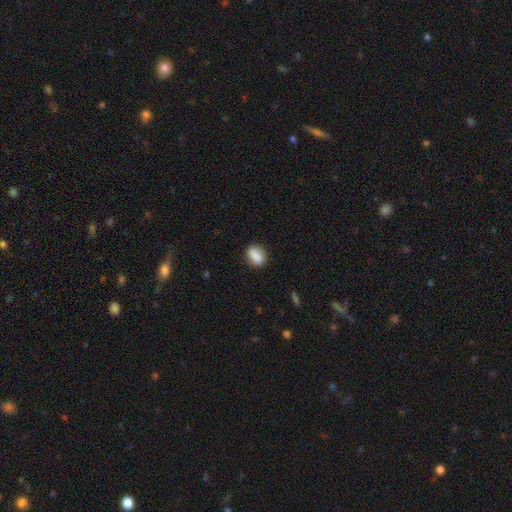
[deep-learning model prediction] A smooth galaxy with no disk features (86%) that is in between round and cigar-shaped (74%). Merging: none (81%).